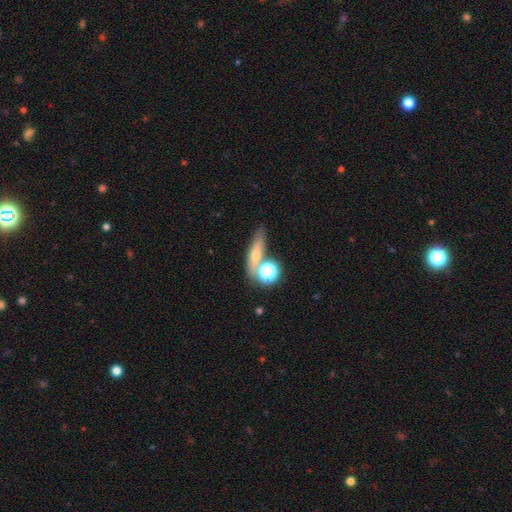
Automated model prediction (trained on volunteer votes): Smooth or featured: smooth — 50% (featured or disk — 30%)
How rounded: cigar-shaped — 43% (in between — 32%)
Merging: none — 63% (merger — 19%)